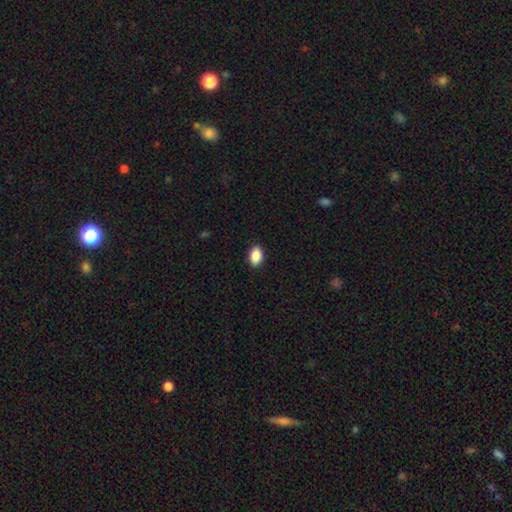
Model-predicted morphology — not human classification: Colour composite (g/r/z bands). It shows a smooth galaxy with no disk features (89%) that is in between round and cigar-shaped (89%). Merging: none (90%).